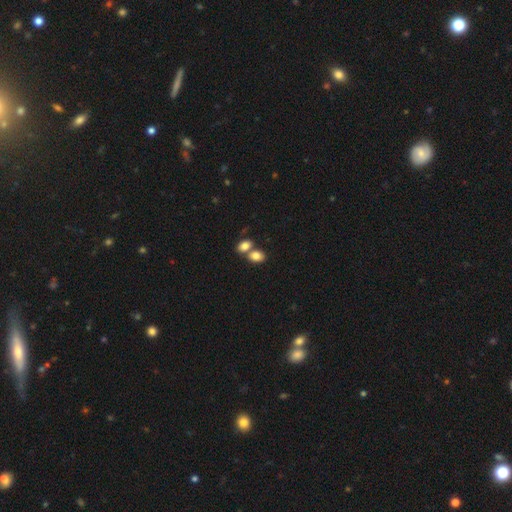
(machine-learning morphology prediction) Q: Smooth or featured?
A: smooth (83%); runner-up: featured or disk (9%)
Q: How rounded?
A: in between (75%); runner-up: round (23%)
Q: Merging?
A: merger (52%); runner-up: none (38%)